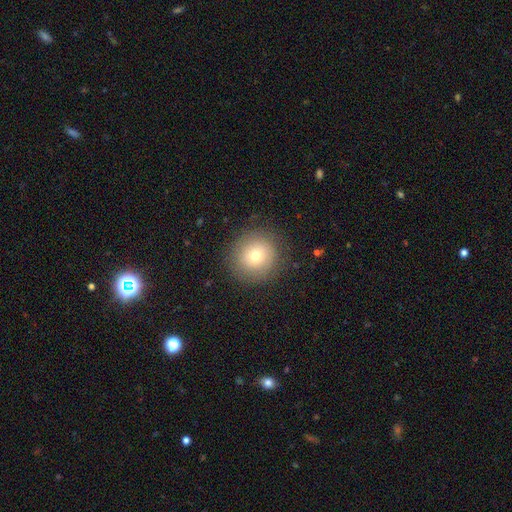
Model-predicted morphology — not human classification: Smooth or featured?
  - smooth: 74% *
  - featured or disk: 14%
  - star or artifact: 12%
How rounded?
  - round: 94% *
  - in between: 5%
  - cigar-shaped: 1%
Merging?
  - none: 88% *
  - minor disturbance: 8%
  - major disturbance: 3%
  - merger: 1%